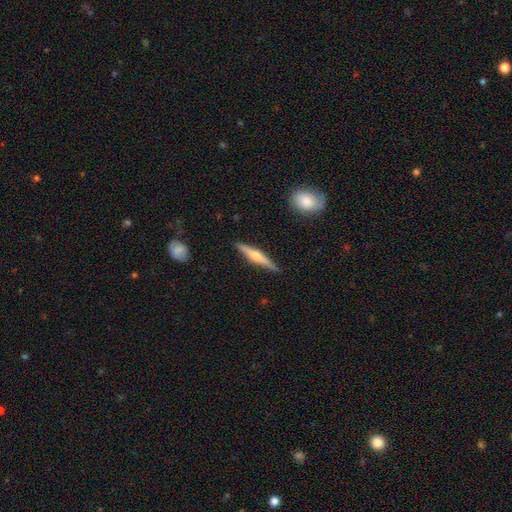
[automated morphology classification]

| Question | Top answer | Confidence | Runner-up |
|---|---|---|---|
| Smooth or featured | featured or disk | 61% | smooth (33%) |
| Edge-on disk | yes | 97% | no (3%) |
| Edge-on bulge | rounded | 89% | none (6%) |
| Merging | none | 88% | minor disturbance (9%) |